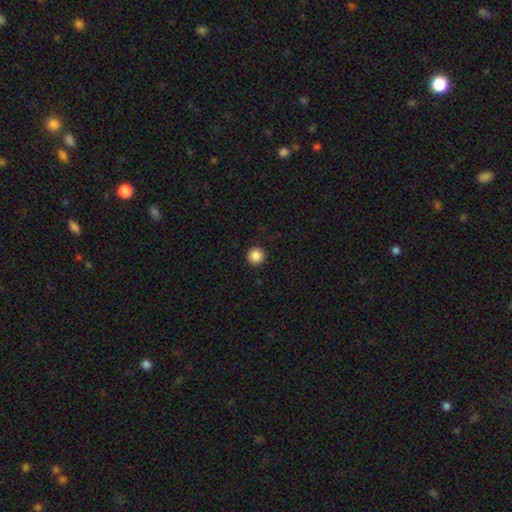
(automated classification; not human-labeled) Smooth or featured?
  - smooth: 87% *
  - star or artifact: 10%
  - featured or disk: 3%
How rounded?
  - round: 96% *
  - in between: 3%
  - cigar-shaped: 1%
Merging?
  - none: 92% *
  - minor disturbance: 5%
  - major disturbance: 2%
  - merger: 1%